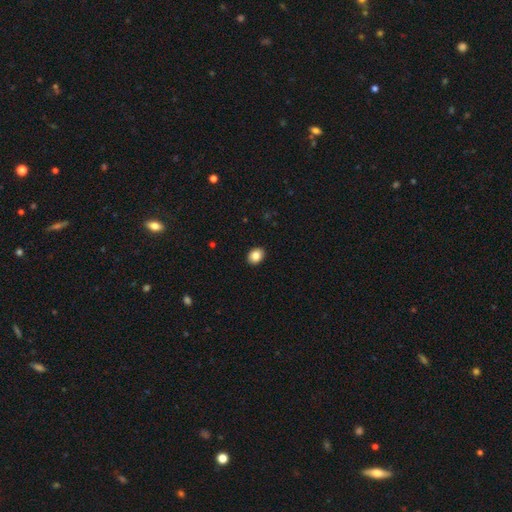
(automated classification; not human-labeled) smooth-or-featured: smooth: 87% | star or artifact: 8% | featured or disk: 5%
  how-rounded: in between: 60% | round: 39% | cigar-shaped: 1%
  merging: none: 91% | minor disturbance: 6% | major disturbance: 2% | merger: 1%